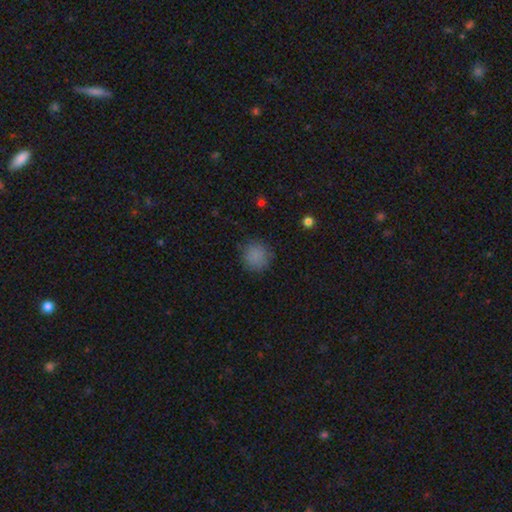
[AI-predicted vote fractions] A smooth galaxy with no disk features (83%) that is round (91%). Merging: none (84%).